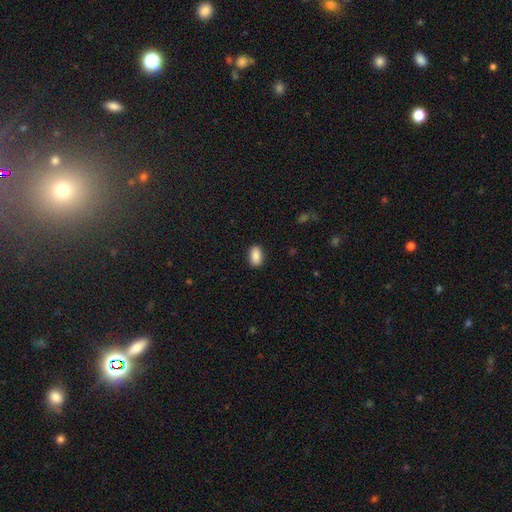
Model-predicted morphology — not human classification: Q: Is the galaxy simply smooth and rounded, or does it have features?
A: smooth — 89%.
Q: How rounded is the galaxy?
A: in between — 92%.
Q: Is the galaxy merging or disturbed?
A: none — 89%.